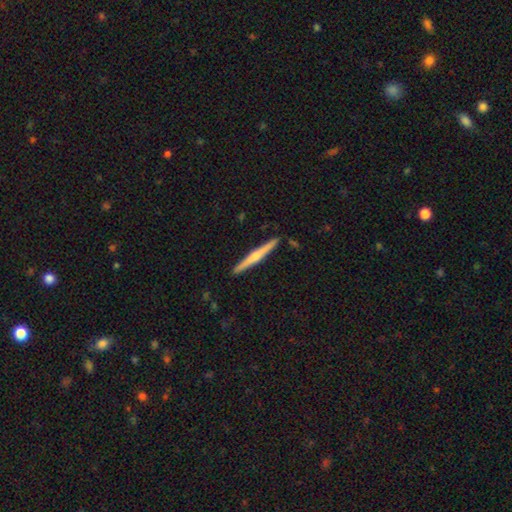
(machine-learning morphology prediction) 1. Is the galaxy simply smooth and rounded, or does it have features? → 63% featured or disk, 32% smooth, 5% star or artifact.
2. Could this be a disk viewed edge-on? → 98% yes, 2% no.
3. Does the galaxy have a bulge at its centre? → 78% rounded, 16% none, 7% boxy.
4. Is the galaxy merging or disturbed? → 92% none, 6% minor disturbance, 1% merger, 1% major disturbance.